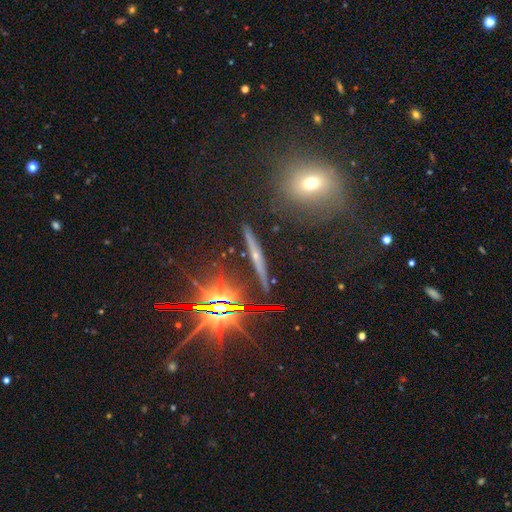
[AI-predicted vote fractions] Smooth or featured?
  - featured or disk: 50% *
  - star or artifact: 32%
  - smooth: 17%
Edge-on disk?
  - yes: 92% *
  - no: 8%
Merging?
  - none: 87% *
  - minor disturbance: 9%
  - major disturbance: 2%
  - merger: 2%